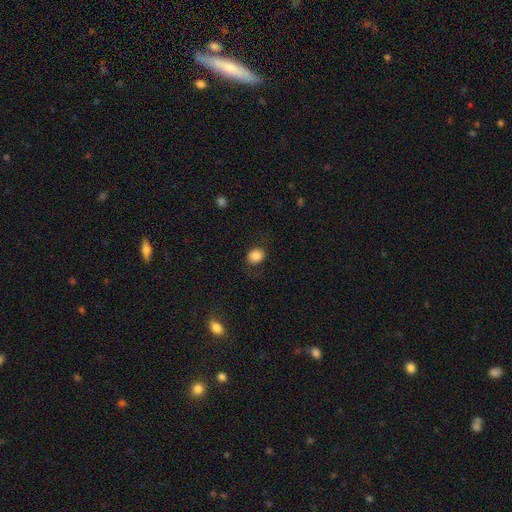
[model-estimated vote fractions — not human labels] The model was most divided on "how rounded": round: 52%, in between: 47%, cigar-shaped: 1%. More confident: smooth or featured — smooth (83%); merging — none (77%).